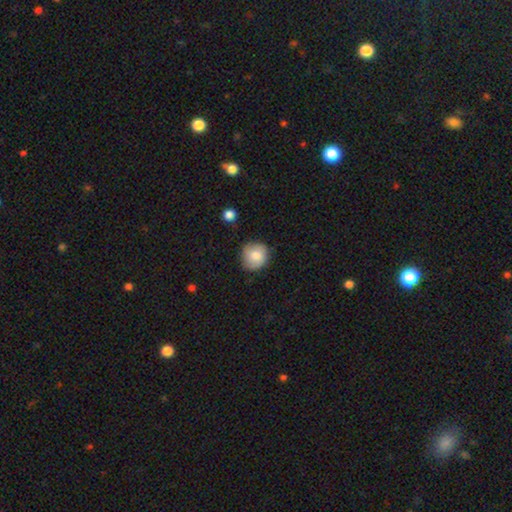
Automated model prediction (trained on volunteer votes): Morphology: type=smooth (79%); roundness=round (88%); merging=none (75%).